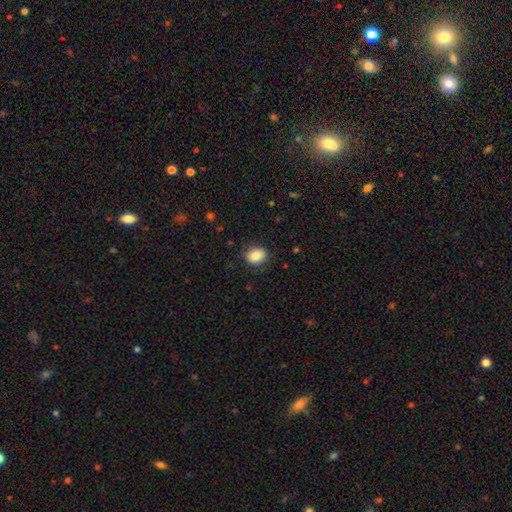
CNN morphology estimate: A smooth galaxy with no disk features (83%) that is in between round and cigar-shaped (53%).

Vote fractions:
- Smooth or featured? smooth: 83% / star or artifact: 8% / featured or disk: 8%
- How rounded? in between: 53% / round: 46% / cigar-shaped: 1%
- Merging? none: 83% / minor disturbance: 12% / major disturbance: 3% / merger: 1%